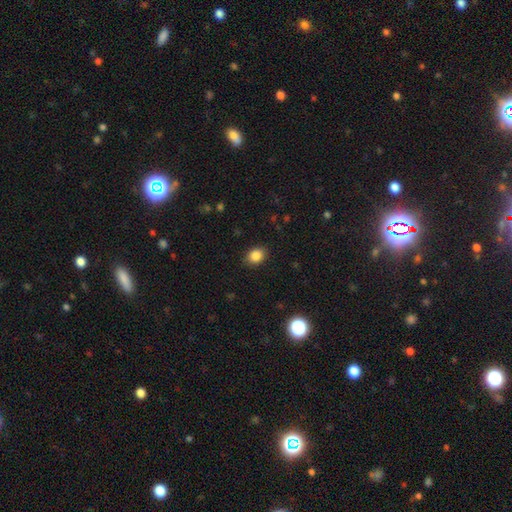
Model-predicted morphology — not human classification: The model was most divided on "how rounded": in between: 50%, round: 49%, cigar-shaped: 1%. More confident: merging — none (88%); smooth or featured — smooth (85%).